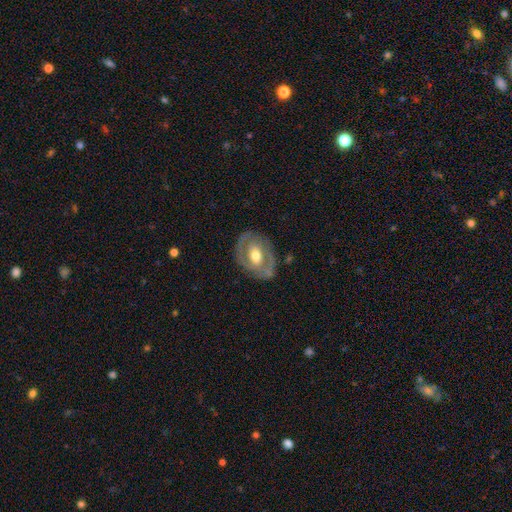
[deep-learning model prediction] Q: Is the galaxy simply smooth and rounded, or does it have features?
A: featured or disk — 72%.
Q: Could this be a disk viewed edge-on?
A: no — 95%.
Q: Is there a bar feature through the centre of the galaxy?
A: no — 47%.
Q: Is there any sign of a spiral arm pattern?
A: yes — 60%.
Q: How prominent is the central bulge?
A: moderate — 73%.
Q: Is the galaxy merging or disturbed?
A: none — 78%.